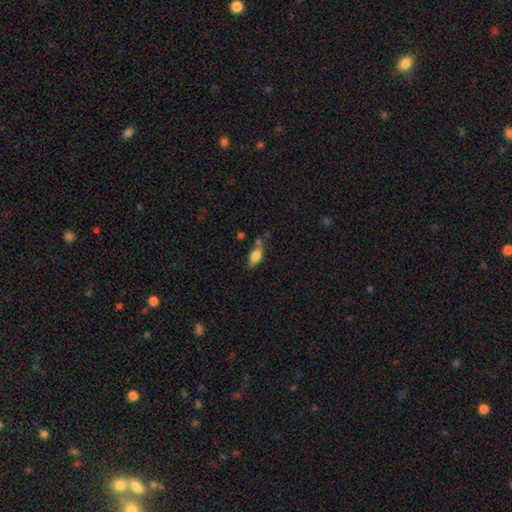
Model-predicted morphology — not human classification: smooth_or_featured: smooth (p=0.77) [alt: featured or disk p=0.14]
how_rounded: in between (p=0.83) [alt: cigar-shaped p=0.13]
merging: none (p=0.50) [alt: minor disturbance p=0.24]